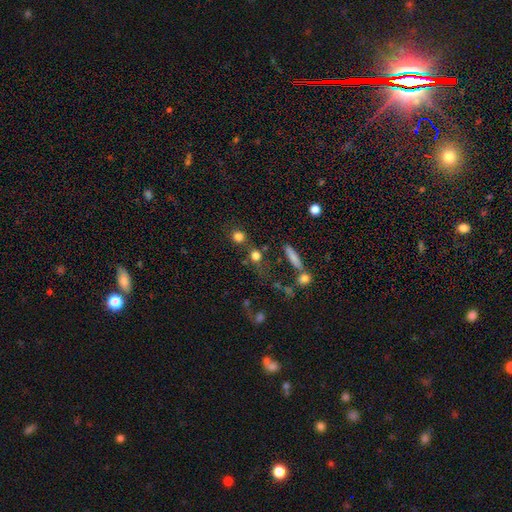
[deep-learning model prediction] Smooth or featured? Predicted: smooth (p=0.76). How rounded? Predicted: round (p=0.79). Merging? Predicted: none (p=0.63).